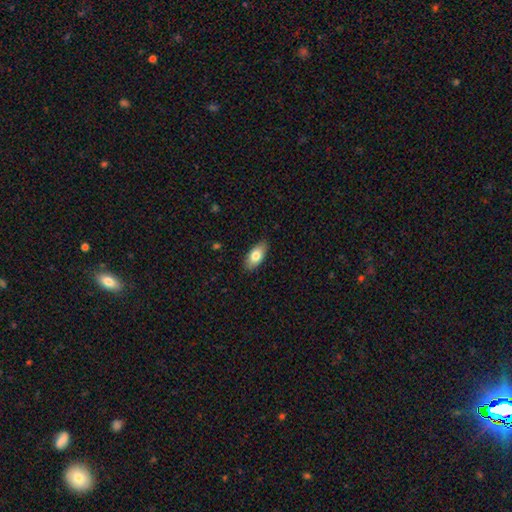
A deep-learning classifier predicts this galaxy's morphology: Smooth or featured: smooth — 79% (featured or disk — 15%)
How rounded: in between — 90% (cigar-shaped — 7%)
Merging: none — 86% (minor disturbance — 11%)